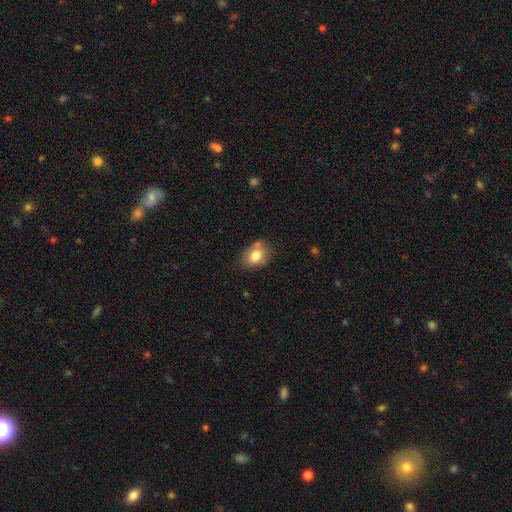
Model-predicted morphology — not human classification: smooth_or_featured: smooth (p=0.80) [alt: featured or disk p=0.12]
how_rounded: in between (p=0.73) [alt: round p=0.26]
merging: none (p=0.64) [alt: minor disturbance p=0.22]